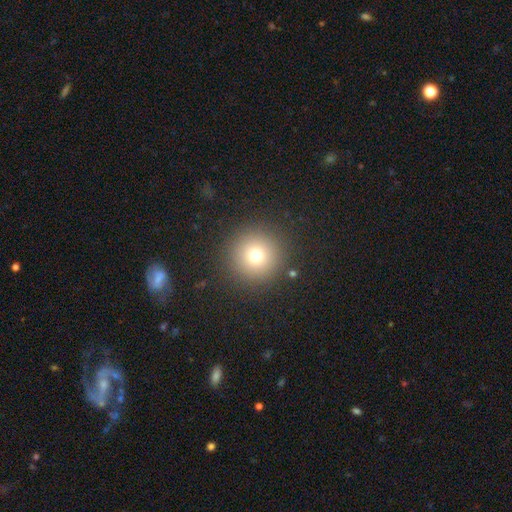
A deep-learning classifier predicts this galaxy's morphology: Smooth or featured? smooth (73%)
How rounded? round (96%)
Merging? none (89%)